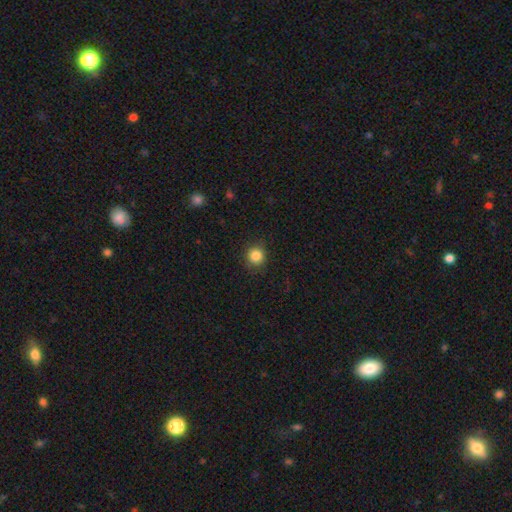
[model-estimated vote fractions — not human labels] Q: Smooth or featured?
A: smooth (85%); runner-up: star or artifact (11%)
Q: How rounded?
A: round (89%); runner-up: in between (10%)
Q: Merging?
A: none (87%); runner-up: minor disturbance (9%)